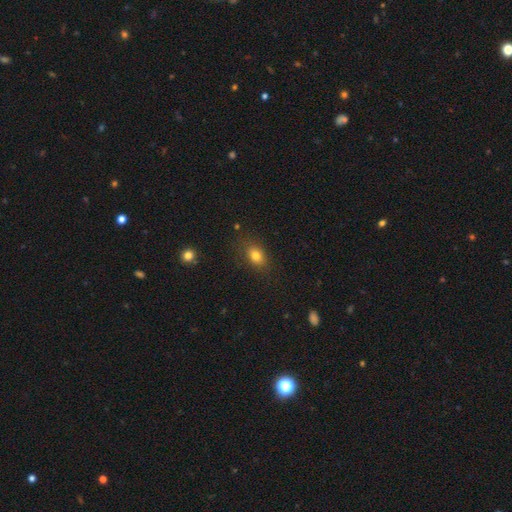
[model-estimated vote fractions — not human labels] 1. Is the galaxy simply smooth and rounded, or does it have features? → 79% smooth, 12% star or artifact, 9% featured or disk.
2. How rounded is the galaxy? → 74% in between, 23% round, 3% cigar-shaped.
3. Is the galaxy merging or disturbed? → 80% none, 14% minor disturbance, 4% major disturbance, 2% merger.